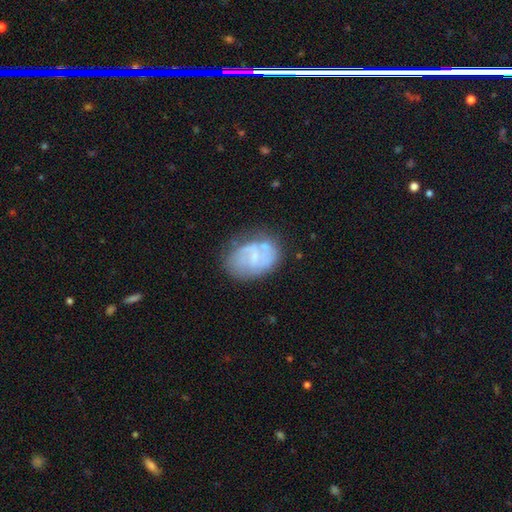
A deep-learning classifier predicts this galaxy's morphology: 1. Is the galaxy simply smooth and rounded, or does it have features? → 65% featured or disk, 27% smooth, 8% star or artifact.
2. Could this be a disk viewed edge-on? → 97% no, 3% yes.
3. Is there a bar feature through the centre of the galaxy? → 50% no, 42% weak, 8% strong.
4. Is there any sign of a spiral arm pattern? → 73% yes, 27% no.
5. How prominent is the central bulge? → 67% small, 18% moderate, 12% none, 1% large, 1% dominant.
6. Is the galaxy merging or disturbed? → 58% none, 24% minor disturbance, 11% major disturbance, 7% merger.